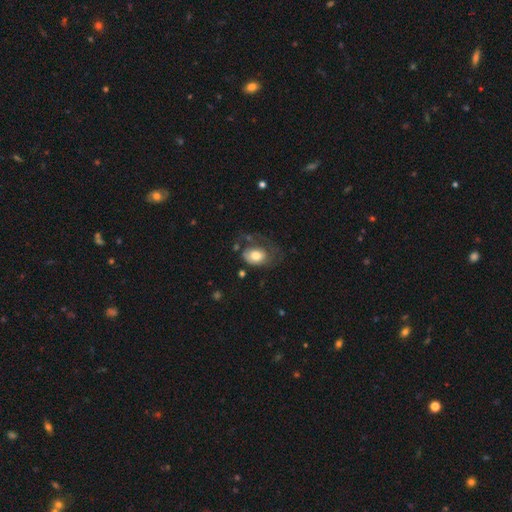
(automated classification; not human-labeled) The model was most divided on "merging": major disturbance: 41%, none: 31%, minor disturbance: 24%, merger: 3%. More confident: how rounded — in between (73%); smooth or featured — smooth (65%).